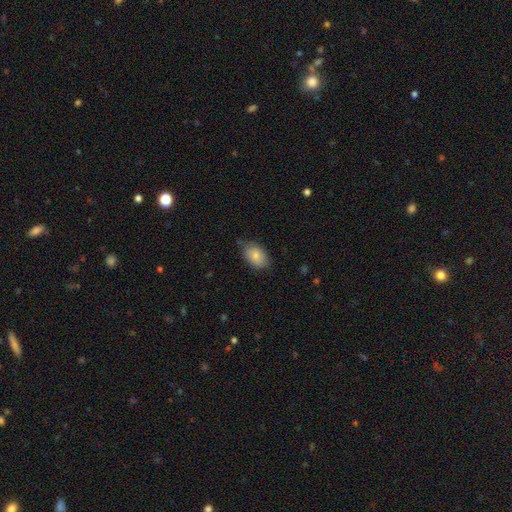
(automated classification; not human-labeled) Q: Smooth or featured?
A: smooth (82%); runner-up: featured or disk (11%)
Q: How rounded?
A: in between (88%); runner-up: round (11%)
Q: Merging?
A: none (76%); runner-up: minor disturbance (19%)